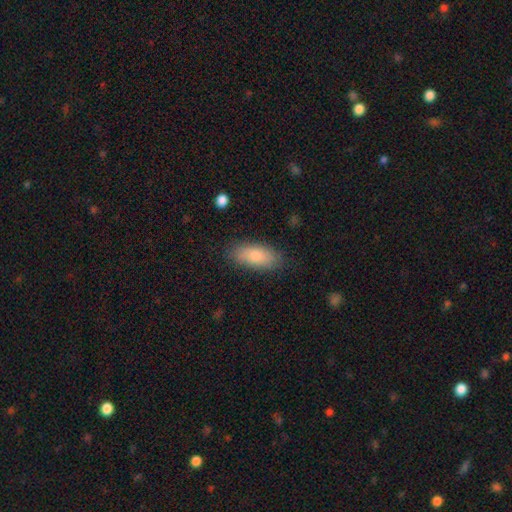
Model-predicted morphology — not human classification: The model was most divided on "merging": none: 83%, minor disturbance: 13%, major disturbance: 3%, merger: 1%. More confident: how rounded — in between (87%); smooth or featured — smooth (83%).